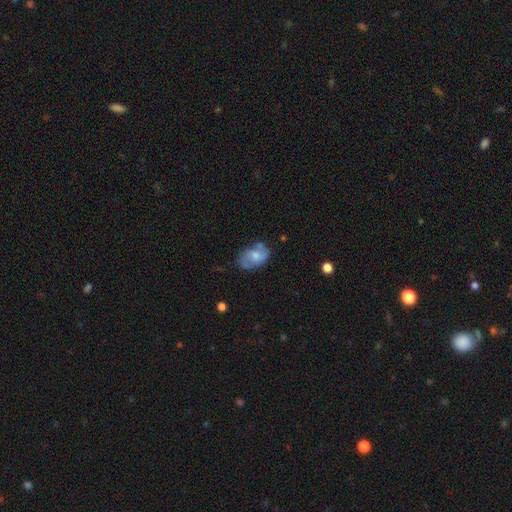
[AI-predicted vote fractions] Overall: featured or disk (54%; smooth 38%). Edge-on disk: no (96%). Bar: no (59%; weak 35%). Spiral arms: yes (79%). Bulge size: moderate (50%; small 31%). Merging: none (53%; minor disturbance 28%).